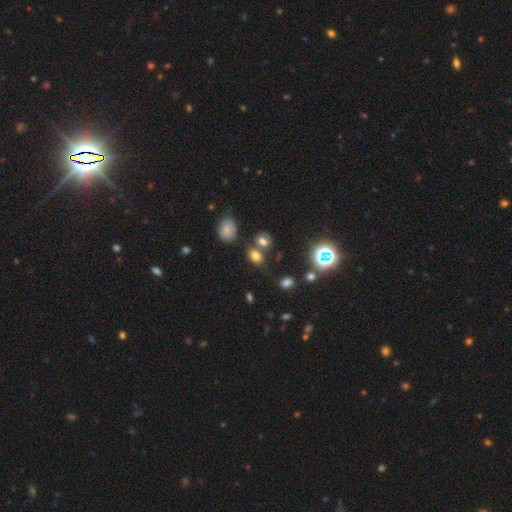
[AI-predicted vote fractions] Smooth or featured? Predicted: smooth (p=0.69). How rounded? Predicted: in between (p=0.71). Merging? Predicted: none (p=0.59).